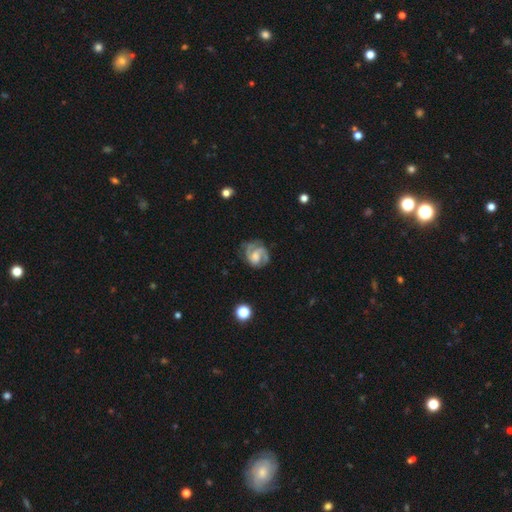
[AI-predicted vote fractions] Smooth or featured?
  - featured or disk: 79% *
  - smooth: 15%
  - star or artifact: 7%
Edge-on disk?
  - no: 98% *
  - yes: 2%
Bar?
  - no: 52% *
  - weak: 39%
  - strong: 9%
Spiral arms?
  - yes: 94% *
  - no: 6%
Spiral winding?
  - medium: 45% *
  - tight: 42%
  - loose: 13%
Spiral arm count?
  - 2: 57% *
  - 3: 17%
  - can't tell: 14%
  - 1: 7%
  - 4: 3%
  - more than 4: 3%
Bulge size?
  - moderate: 35% *
  - small: 28%
  - none: 21%
  - large: 13%
  - dominant: 2%
Merging?
  - none: 62% *
  - minor disturbance: 21%
  - major disturbance: 14%
  - merger: 2%